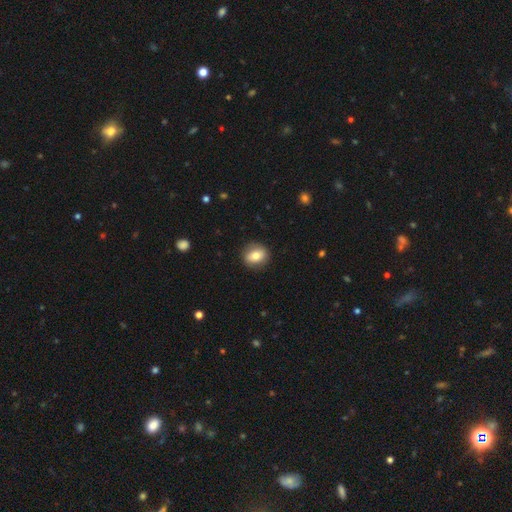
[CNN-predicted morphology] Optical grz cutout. It shows a smooth galaxy with no disk features (74%) that is round (64%). Merging: none (87%).